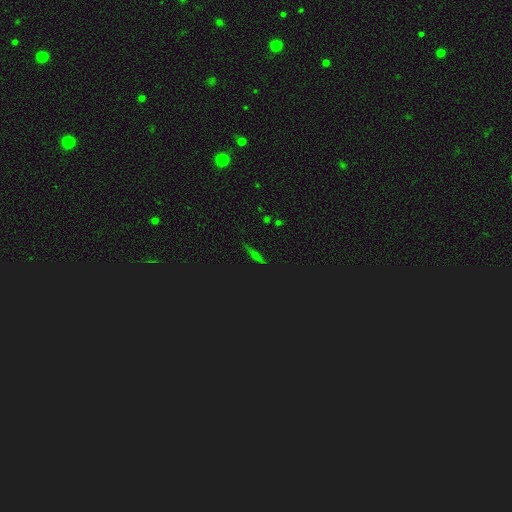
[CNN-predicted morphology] smooth_or_featured: star or artifact (p=0.50) [alt: smooth p=0.31]